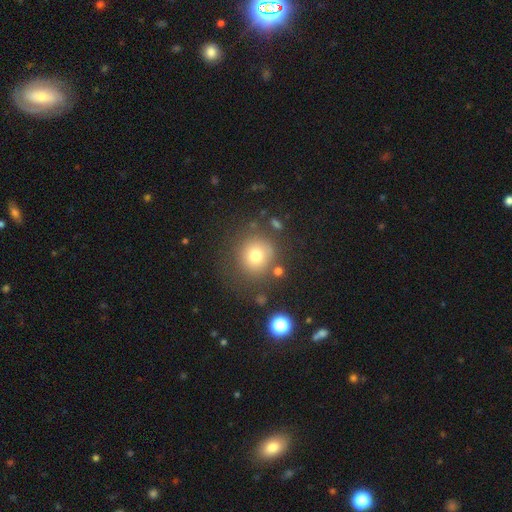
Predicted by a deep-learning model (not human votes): A smooth galaxy with no disk features (74%) that is round (90%). Merging: none (78%).